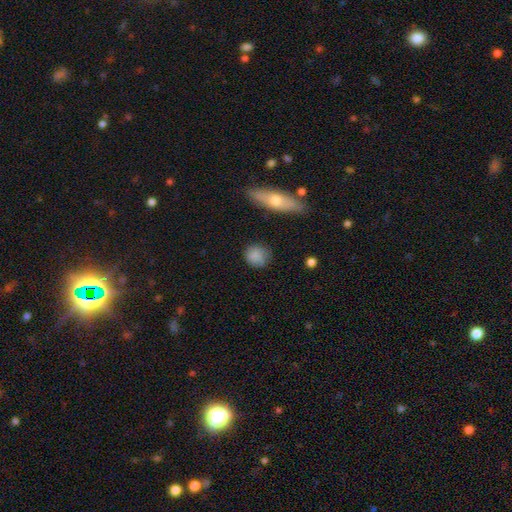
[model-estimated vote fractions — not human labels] Smooth or featured? Predicted: smooth (p=0.85). How rounded? Predicted: round (p=0.83). Merging? Predicted: none (p=0.78).